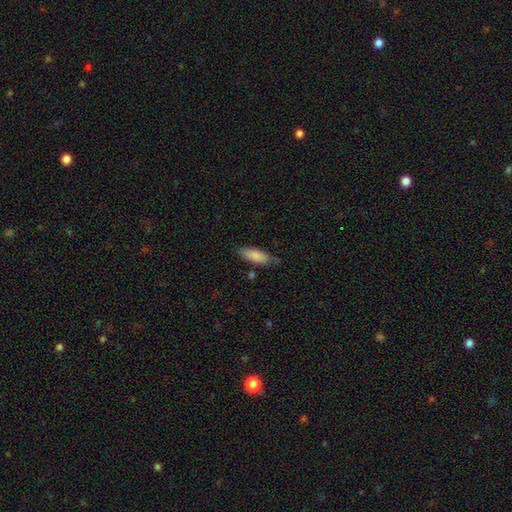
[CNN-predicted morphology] Smooth or featured? smooth (85%)
How rounded? in between (65%)
Merging? none (72%)